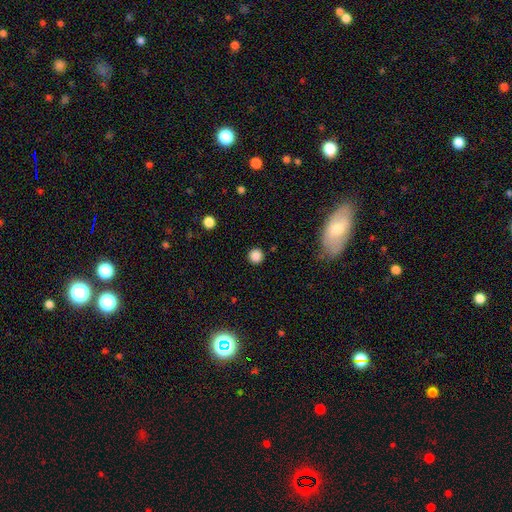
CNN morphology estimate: Smooth or featured?
  - smooth: 85% *
  - star or artifact: 12%
  - featured or disk: 3%
How rounded?
  - round: 96% *
  - in between: 3%
  - cigar-shaped: 1%
Merging?
  - none: 91% *
  - minor disturbance: 5%
  - major disturbance: 2%
  - merger: 1%